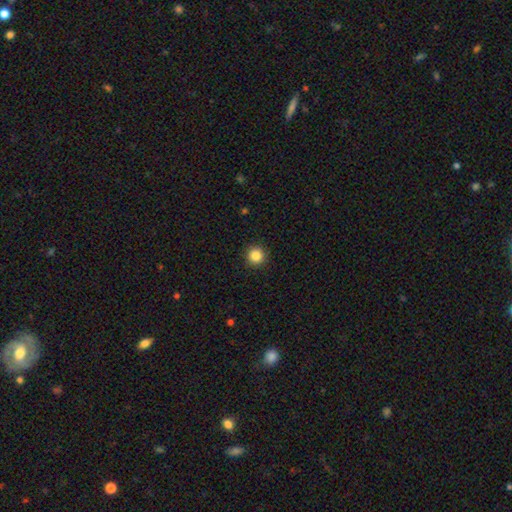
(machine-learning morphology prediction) Q: Smooth or featured?
A: smooth (86%); runner-up: star or artifact (11%)
Q: How rounded?
A: round (96%); runner-up: in between (3%)
Q: Merging?
A: none (93%); runner-up: minor disturbance (5%)